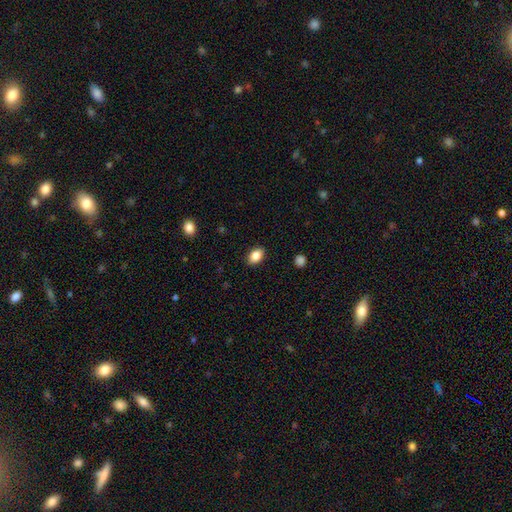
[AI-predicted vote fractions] Q: Smooth or featured?
A: smooth (86%); runner-up: star or artifact (8%)
Q: How rounded?
A: in between (85%); runner-up: round (14%)
Q: Merging?
A: none (89%); runner-up: minor disturbance (8%)